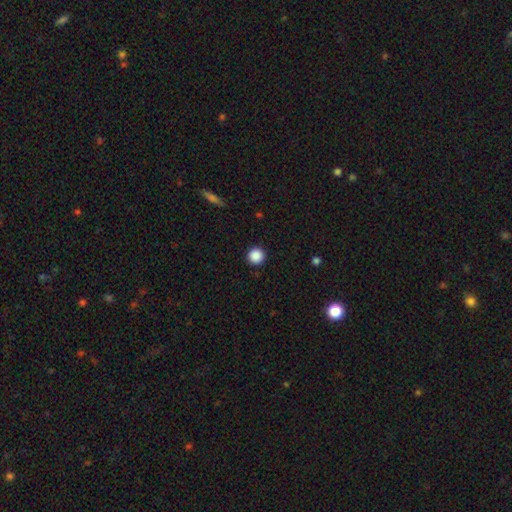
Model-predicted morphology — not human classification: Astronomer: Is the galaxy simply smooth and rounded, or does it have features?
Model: smooth — 88%.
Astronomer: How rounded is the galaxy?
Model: round — 96%.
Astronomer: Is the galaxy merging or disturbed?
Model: none — 93%.